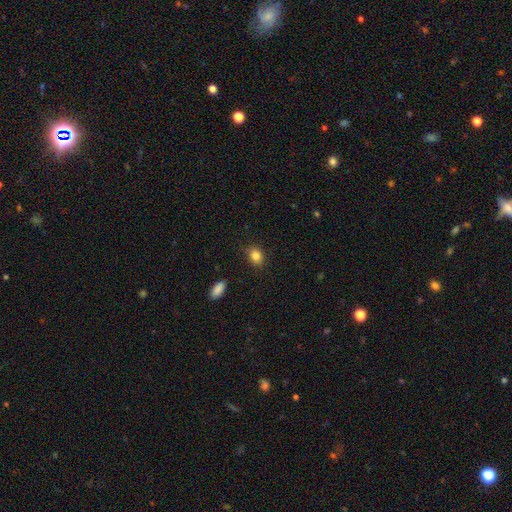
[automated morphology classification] Smooth or featured?
  - smooth: 85% *
  - star or artifact: 10%
  - featured or disk: 6%
How rounded?
  - in between: 59% *
  - round: 40%
  - cigar-shaped: 1%
Merging?
  - none: 83% *
  - minor disturbance: 13%
  - major disturbance: 3%
  - merger: 1%